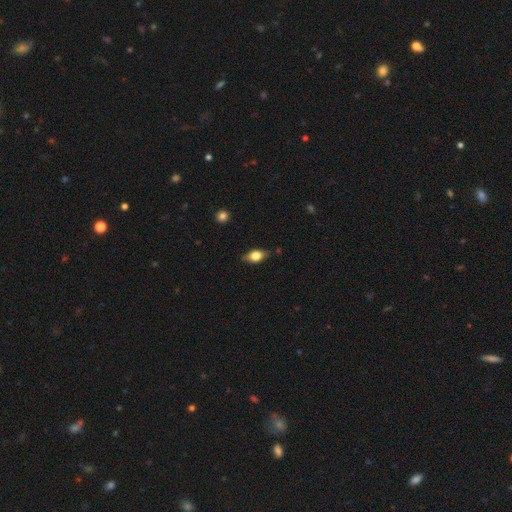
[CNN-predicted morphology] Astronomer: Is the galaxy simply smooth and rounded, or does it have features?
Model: smooth — 69%.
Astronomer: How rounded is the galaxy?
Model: in between — 81%.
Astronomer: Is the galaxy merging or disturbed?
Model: none — 79%.